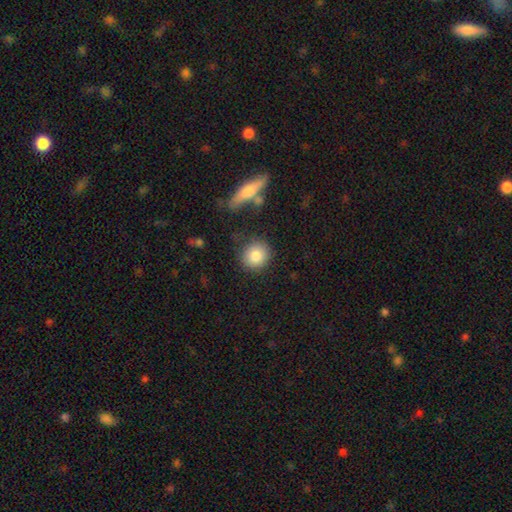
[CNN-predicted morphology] The model was most divided on "merging": none: 81%, minor disturbance: 11%, merger: 4%, major disturbance: 4%. More confident: how rounded — round (86%); smooth or featured — smooth (85%).